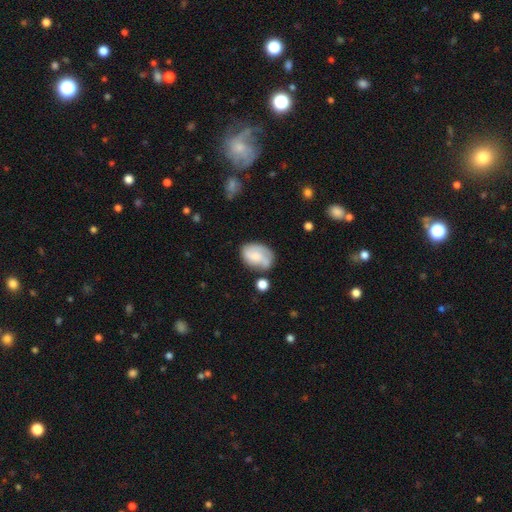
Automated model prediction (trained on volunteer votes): Smooth or featured?
  - smooth: 53% *
  - featured or disk: 39%
  - star or artifact: 8%
How rounded?
  - in between: 76% *
  - round: 22%
  - cigar-shaped: 1%
Merging?
  - none: 52% *
  - minor disturbance: 27%
  - major disturbance: 12%
  - merger: 10%